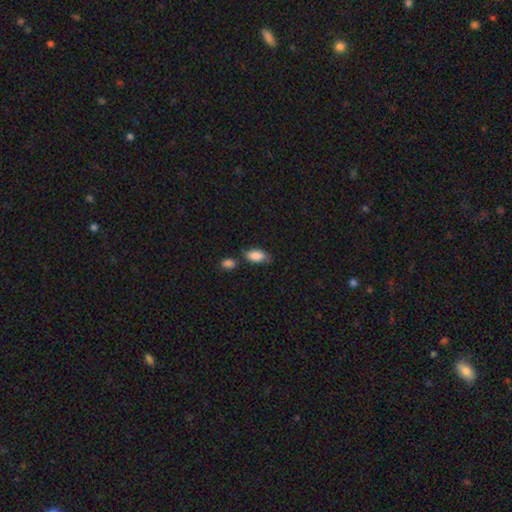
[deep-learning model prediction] Smooth or featured? smooth (86%)
How rounded? in between (91%)
Merging? none (61%)